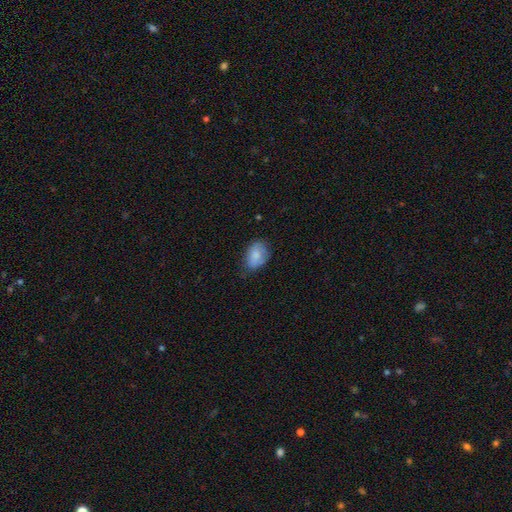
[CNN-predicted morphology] type=smooth (78%); roundness=in between (81%); merging=none (58%).